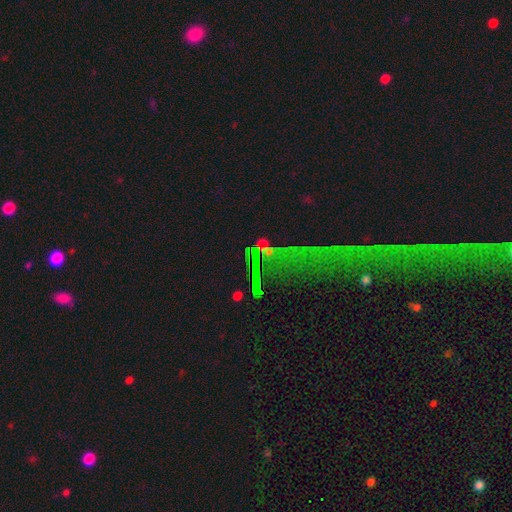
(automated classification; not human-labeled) Smooth or featured? star or artifact (78%)